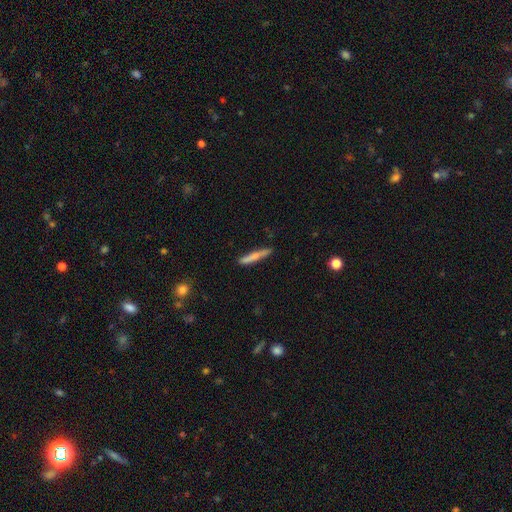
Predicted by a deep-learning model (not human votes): Overall: smooth (68%). How rounded: cigar-shaped (95%). Merging: none (82%).